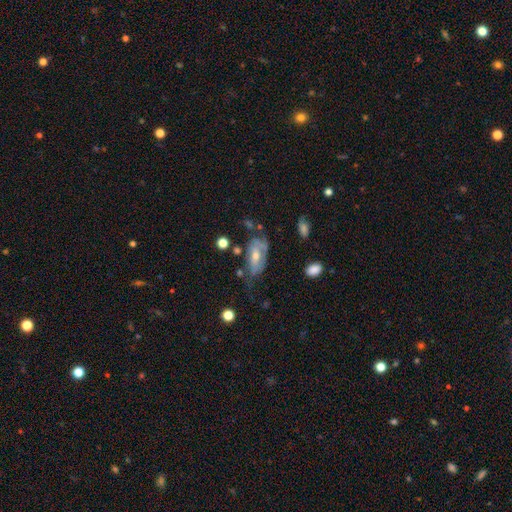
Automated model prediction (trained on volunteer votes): Q: Smooth or featured?
A: featured or disk (55%); runner-up: smooth (38%)
Q: Edge-on disk?
A: no (87%); runner-up: yes (13%)
Q: Merging?
A: none (39%); runner-up: minor disturbance (31%)